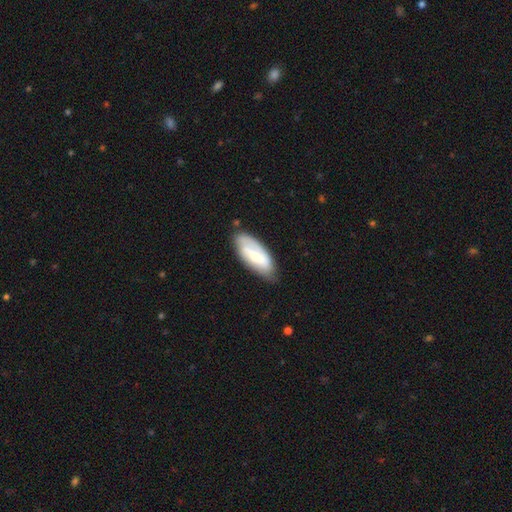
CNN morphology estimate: This is possibly a smooth galaxy (50%). Merging: likely none (68%).